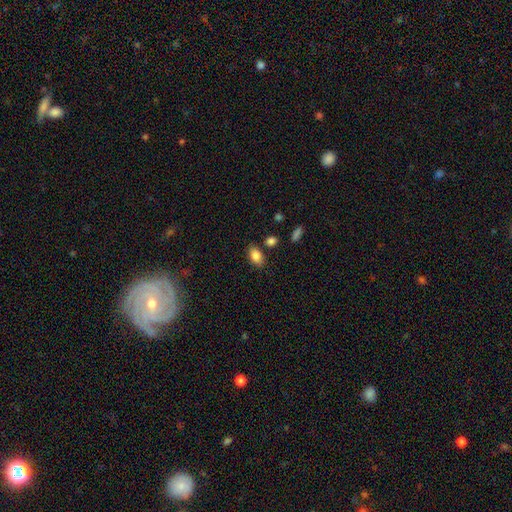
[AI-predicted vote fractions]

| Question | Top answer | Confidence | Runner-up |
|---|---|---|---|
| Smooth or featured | smooth | 84% | star or artifact (8%) |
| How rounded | in between | 87% | round (11%) |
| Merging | none | 79% | minor disturbance (13%) |